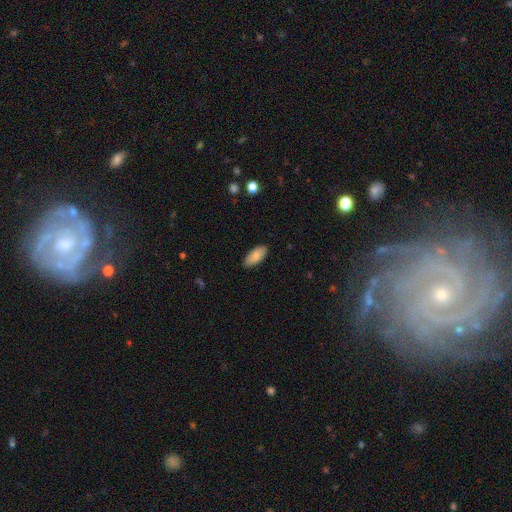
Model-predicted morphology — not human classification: This is clearly a smooth galaxy (84%). How rounded: clearly in between (91%). Merging: clearly none (88%).